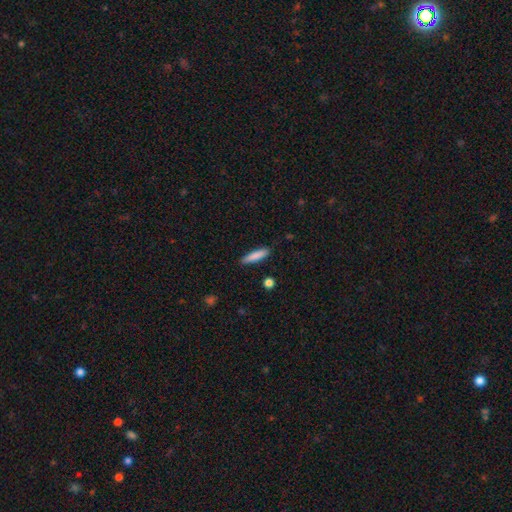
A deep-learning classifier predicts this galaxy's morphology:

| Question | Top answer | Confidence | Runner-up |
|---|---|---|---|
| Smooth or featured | smooth | 84% | featured or disk (10%) |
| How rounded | cigar-shaped | 82% | in between (17%) |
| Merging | none | 86% | minor disturbance (10%) |